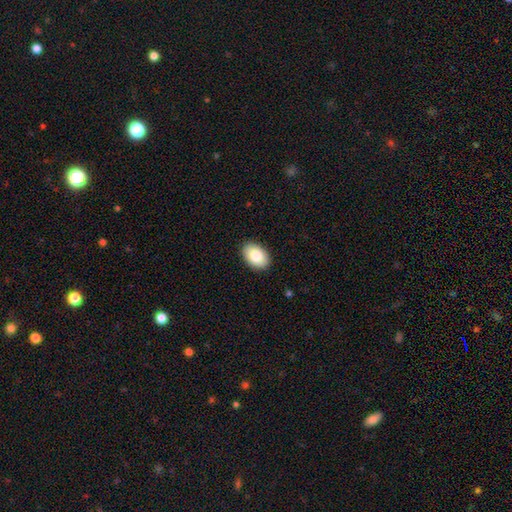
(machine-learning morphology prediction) This appears to be a smooth galaxy with no disk features (86%) that is in between round and cigar-shaped (90%). Merging: none (90%).